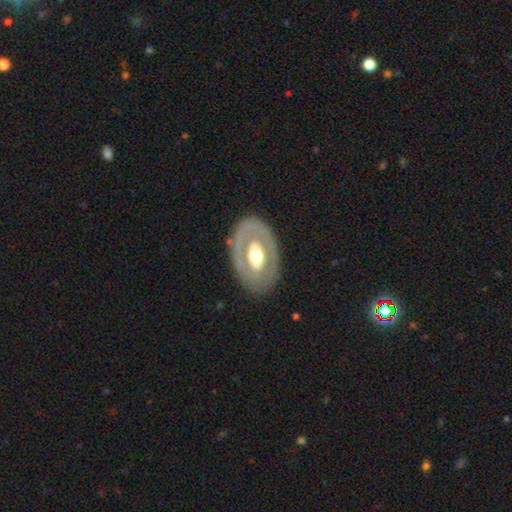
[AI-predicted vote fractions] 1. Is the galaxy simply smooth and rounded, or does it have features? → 65% featured or disk, 28% smooth, 7% star or artifact.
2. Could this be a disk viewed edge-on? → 90% no, 10% yes.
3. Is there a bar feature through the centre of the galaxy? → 67% no, 21% weak, 12% strong.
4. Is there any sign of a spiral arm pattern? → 77% no, 23% yes.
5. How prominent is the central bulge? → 66% moderate, 23% large, 8% small, 2% dominant, 1% none.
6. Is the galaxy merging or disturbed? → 79% none, 14% minor disturbance, 6% major disturbance, 1% merger.